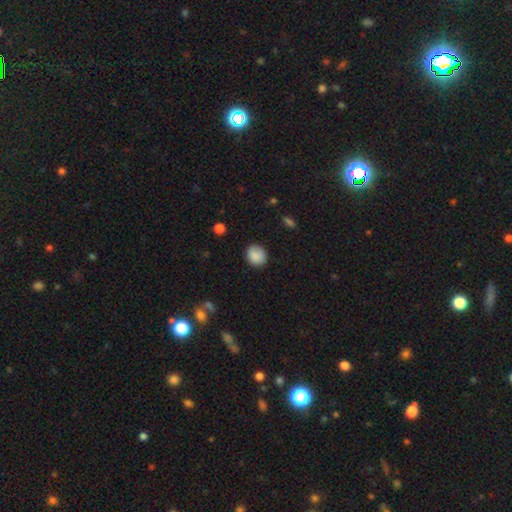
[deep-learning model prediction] smooth-or-featured: smooth: 88% | star or artifact: 8% | featured or disk: 4%
  how-rounded: round: 79% | in between: 20% | cigar-shaped: 1%
  merging: none: 86% | minor disturbance: 11% | major disturbance: 2% | merger: 1%